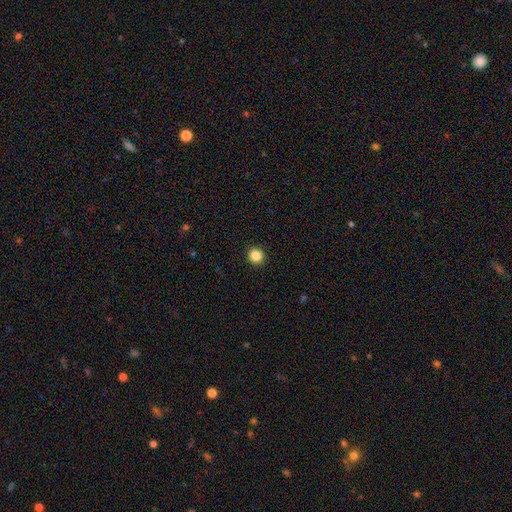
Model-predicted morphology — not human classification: This appears to be a smooth galaxy with no disk features (86%) that is round (93%). Merging: none (93%).